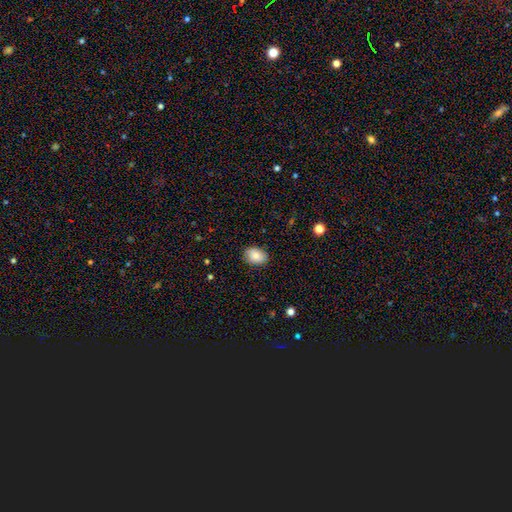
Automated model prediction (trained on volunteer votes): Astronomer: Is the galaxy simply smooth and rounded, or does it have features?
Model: smooth — 86%.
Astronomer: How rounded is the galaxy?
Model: in between — 76%.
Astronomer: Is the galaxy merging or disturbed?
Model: none — 86%.